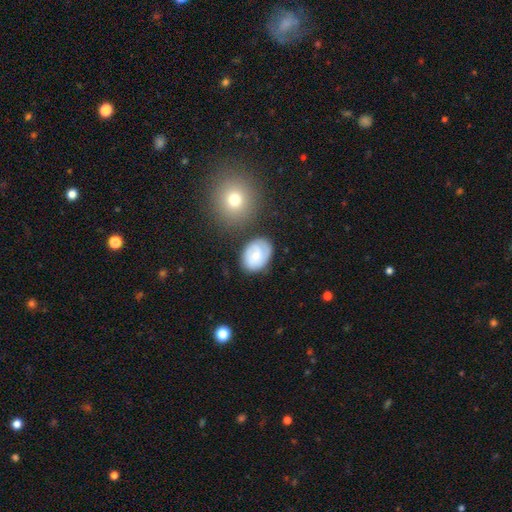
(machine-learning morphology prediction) This is possibly a featured or disk galaxy (50%). Merging: likely none (69%).